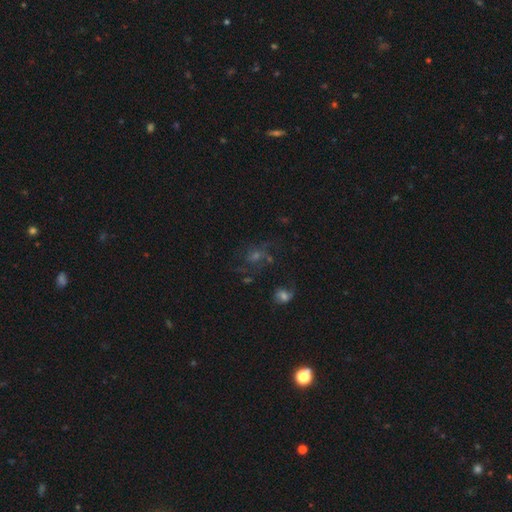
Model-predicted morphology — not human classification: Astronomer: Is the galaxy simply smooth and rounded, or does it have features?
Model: featured or disk — 44% (runner-up: star or artifact, 34%).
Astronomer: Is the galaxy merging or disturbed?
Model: none — 59%.